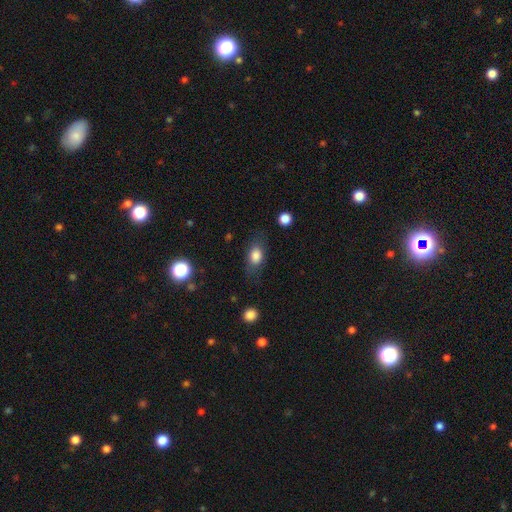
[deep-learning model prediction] This appears to be a smooth galaxy with no disk features (79%) that is in between round and cigar-shaped (79%). Merging: none (73%).